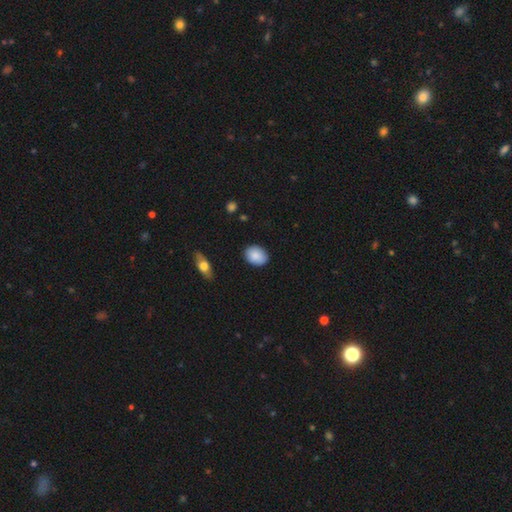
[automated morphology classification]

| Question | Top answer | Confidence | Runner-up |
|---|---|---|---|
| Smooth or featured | smooth | 87% | featured or disk (6%) |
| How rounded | in between | 68% | round (31%) |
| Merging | none | 87% | minor disturbance (10%) |